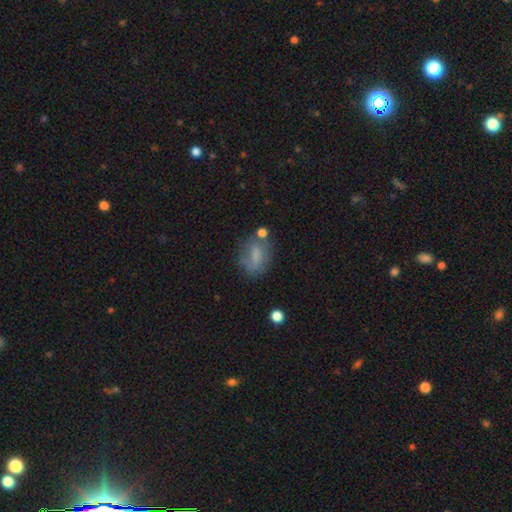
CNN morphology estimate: smooth 56%, featured or disk 32%, star or artifact 12%. Down the decision tree: how rounded — in between (73%); merging — none (51%).